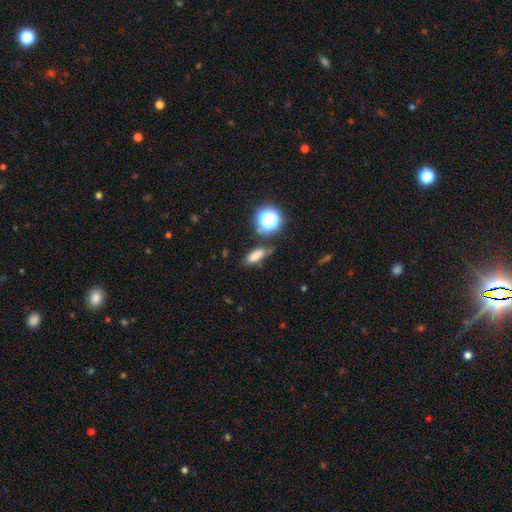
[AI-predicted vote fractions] Smooth or featured? smooth (71%)
How rounded? in between (68%)
Merging? none (63%)